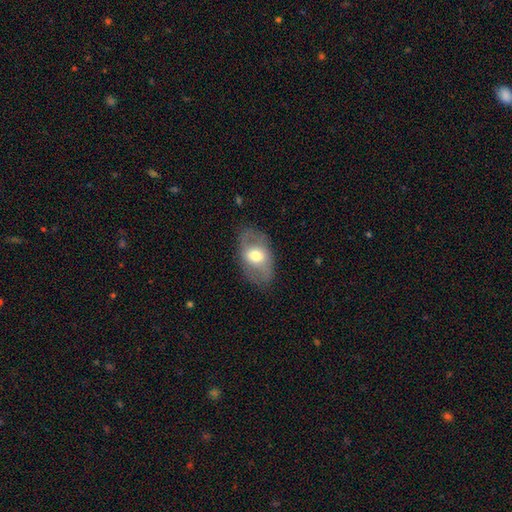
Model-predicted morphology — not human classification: type=smooth (47%, tied with featured or disk); merging=none (77%).